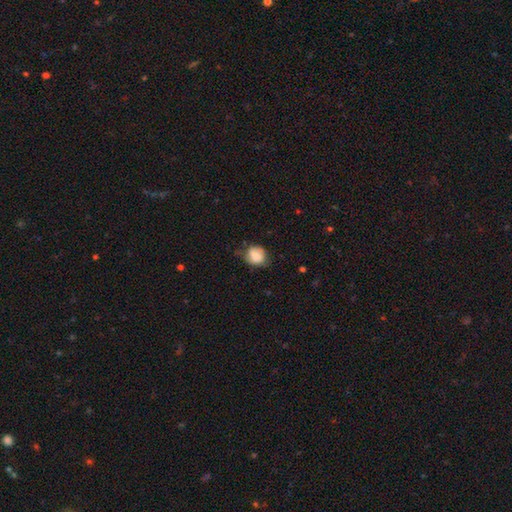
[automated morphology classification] smooth-or-featured: smooth: 78% | featured or disk: 14% | star or artifact: 8%
  how-rounded: round: 67% | in between: 32% | cigar-shaped: 1%
  merging: none: 55% | minor disturbance: 33% | major disturbance: 10% | merger: 2%